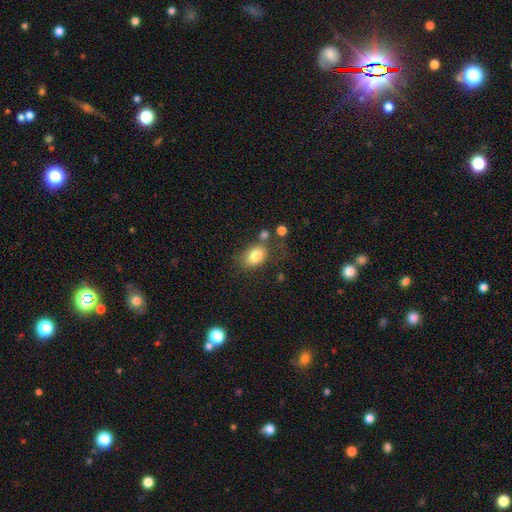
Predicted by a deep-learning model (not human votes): This is clearly a smooth galaxy (82%). How rounded: likely in between (77%). Merging: possibly none (59%).